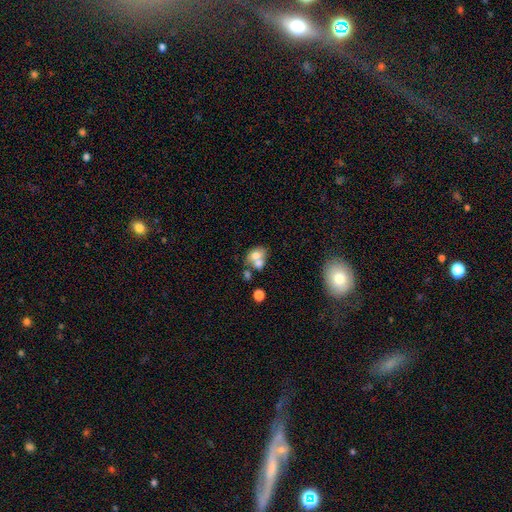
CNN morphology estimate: A smooth galaxy with no disk features (66%) that is in between round and cigar-shaped (63%). Merging: merger (57%).